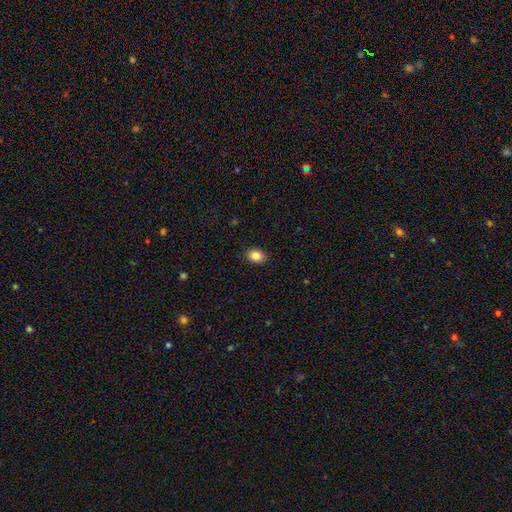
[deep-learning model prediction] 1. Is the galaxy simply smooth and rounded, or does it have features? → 86% smooth, 9% star or artifact, 5% featured or disk.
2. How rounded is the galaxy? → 62% in between, 37% round, 1% cigar-shaped.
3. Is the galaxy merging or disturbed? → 89% none, 8% minor disturbance, 2% major disturbance, 1% merger.